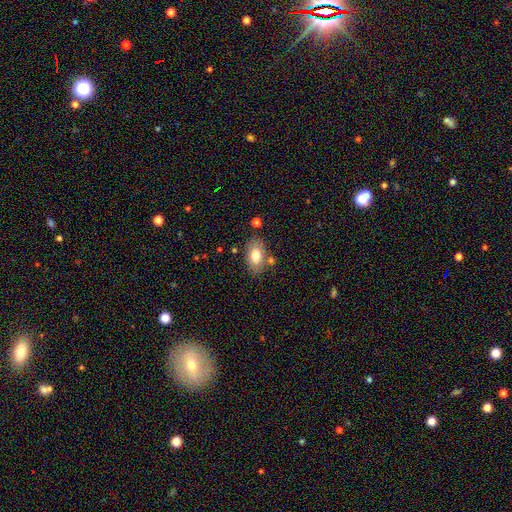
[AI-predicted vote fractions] Overall: smooth (76%). How rounded: in between (90%). Merging: none (76%).